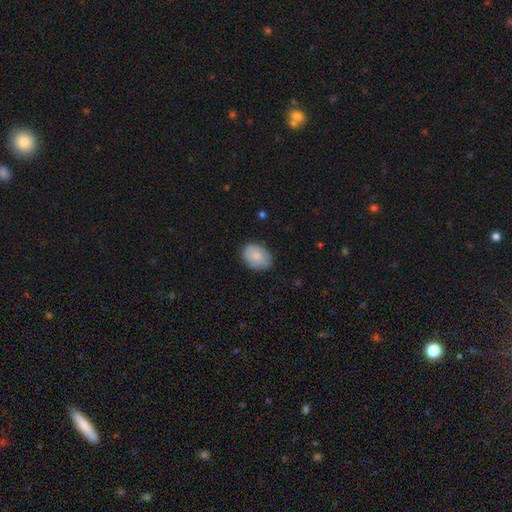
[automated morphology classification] smooth_or_featured: smooth (p=0.84) [alt: featured or disk p=0.09]
how_rounded: in between (p=0.72) [alt: round p=0.27]
merging: none (p=0.83) [alt: minor disturbance p=0.13]